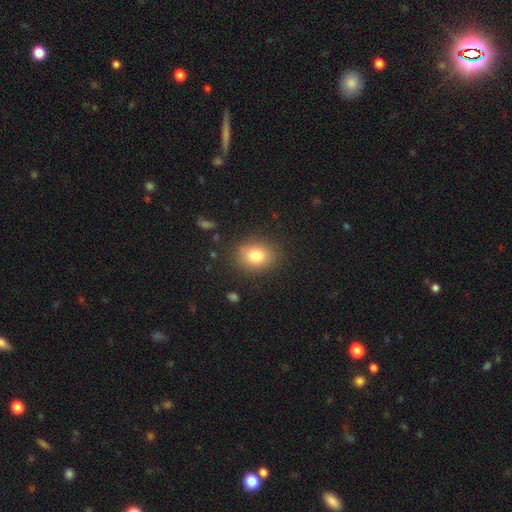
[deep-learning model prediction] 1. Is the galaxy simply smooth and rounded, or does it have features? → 79% smooth, 10% star or artifact, 10% featured or disk.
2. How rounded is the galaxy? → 51% round, 48% in between, 1% cigar-shaped.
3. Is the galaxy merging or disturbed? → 84% none, 10% minor disturbance, 4% major disturbance, 1% merger.